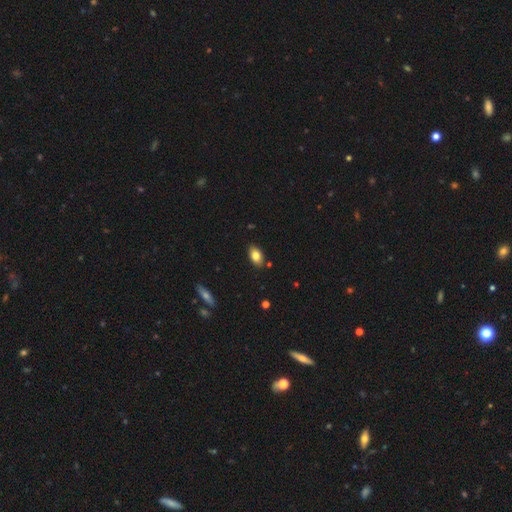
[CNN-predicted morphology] Overall: smooth (82%). How rounded: in between (89%). Merging: none (86%).